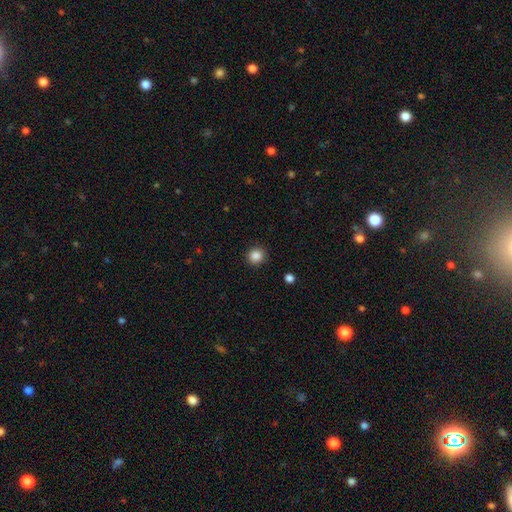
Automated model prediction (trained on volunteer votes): smooth_or_featured: smooth (p=0.86) [alt: star or artifact p=0.10]
how_rounded: round (p=0.91) [alt: in between p=0.08]
merging: none (p=0.91) [alt: minor disturbance p=0.06]